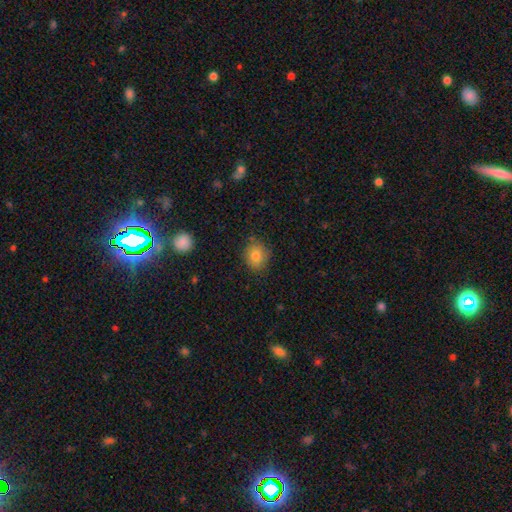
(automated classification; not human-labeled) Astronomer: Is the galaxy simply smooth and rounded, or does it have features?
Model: smooth — 81%.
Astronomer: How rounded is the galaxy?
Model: round — 71%.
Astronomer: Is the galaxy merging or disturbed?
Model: none — 82%.